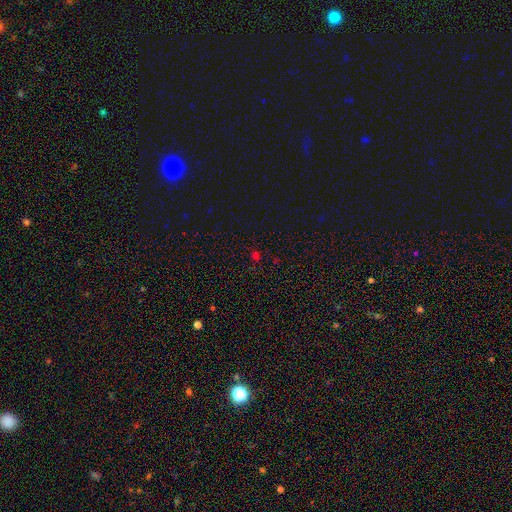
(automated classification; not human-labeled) This is possibly a star or artifact rather than a galaxy (54%).